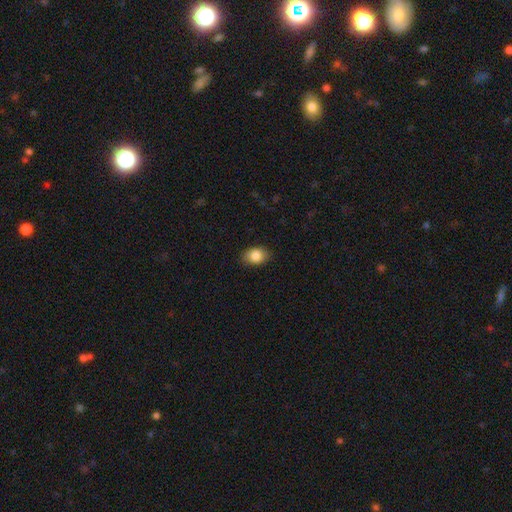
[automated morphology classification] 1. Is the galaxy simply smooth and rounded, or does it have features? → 85% smooth, 8% star or artifact, 7% featured or disk.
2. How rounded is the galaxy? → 79% in between, 20% round, 1% cigar-shaped.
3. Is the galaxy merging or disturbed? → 85% none, 11% minor disturbance, 2% major disturbance, 1% merger.